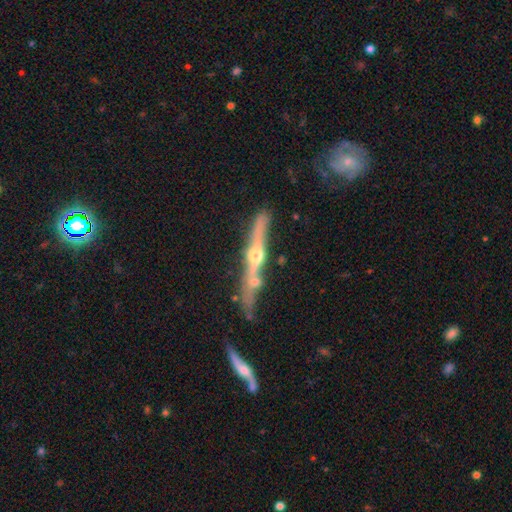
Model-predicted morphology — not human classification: This appears to be a featured or disk galaxy (77%) viewed edge-on (94%) with a rounded central bulge (92%). Merging: none (61%).